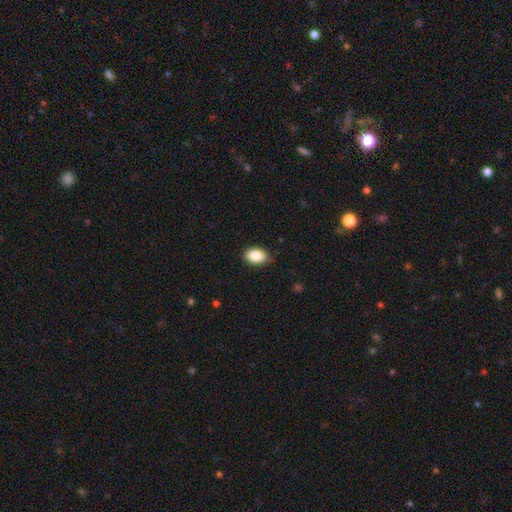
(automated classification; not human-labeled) Smooth or featured: smooth — 87% (star or artifact — 7%)
How rounded: in between — 87% (round — 12%)
Merging: none — 84% (minor disturbance — 13%)